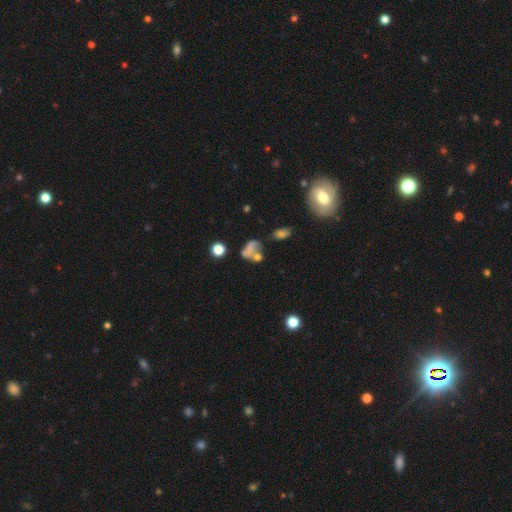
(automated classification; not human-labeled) Q: Smooth or featured?
A: smooth (48%); runner-up: featured or disk (29%)
Q: Merging?
A: none (35%); runner-up: merger (30%)